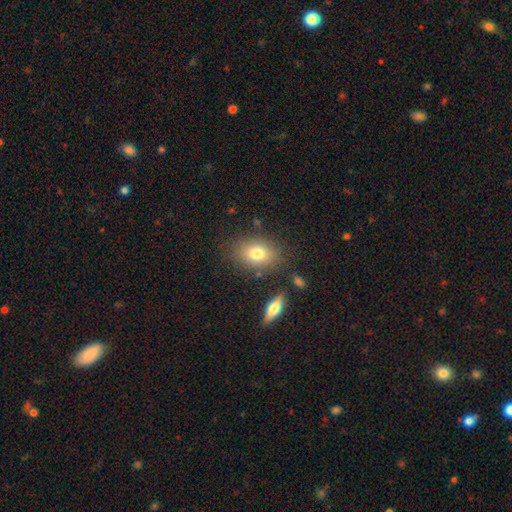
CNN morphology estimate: Smooth or featured?
  - smooth: 77% *
  - featured or disk: 13%
  - star or artifact: 10%
How rounded?
  - in between: 75% *
  - round: 23%
  - cigar-shaped: 2%
Merging?
  - none: 79% *
  - minor disturbance: 12%
  - merger: 5%
  - major disturbance: 4%